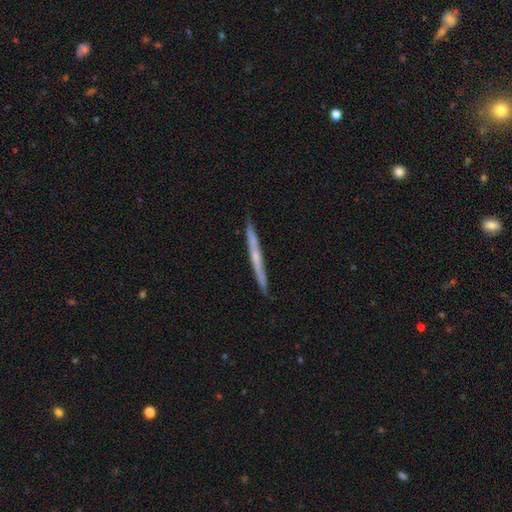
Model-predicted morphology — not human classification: A featured or disk galaxy (56%) viewed edge-on (97%) with no central bulge (74%).

Vote fractions:
- Smooth or featured? featured or disk: 56% / smooth: 38% / star or artifact: 6%
- Edge-on disk? yes: 97% / no: 3%
- Edge-on bulge? none: 74% / rounded: 22% / boxy: 4%
- Merging? none: 90% / minor disturbance: 7% / major disturbance: 1% / merger: 1%